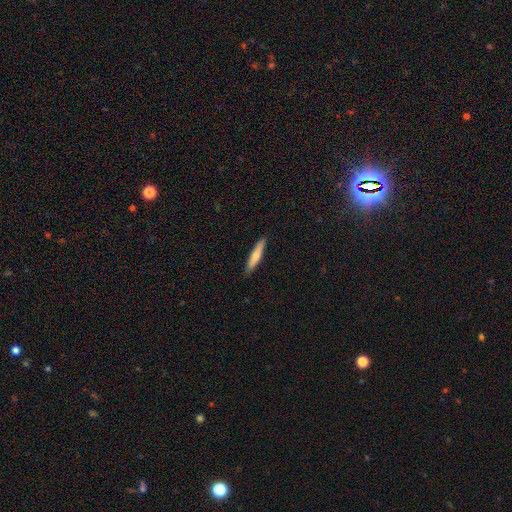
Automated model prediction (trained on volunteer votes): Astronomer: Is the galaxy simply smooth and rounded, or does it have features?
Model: smooth — 69%.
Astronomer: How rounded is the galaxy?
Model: cigar-shaped — 90%.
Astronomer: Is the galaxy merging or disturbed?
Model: none — 90%.